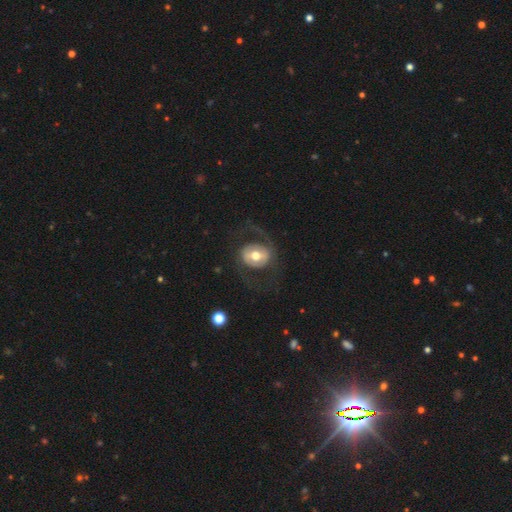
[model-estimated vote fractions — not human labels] Morphology: type=featured or disk (63%); edge-on=no (96%); bar=no (41%); spiral arms=yes (56%); bulge=moderate (73%); merging=none (67%).